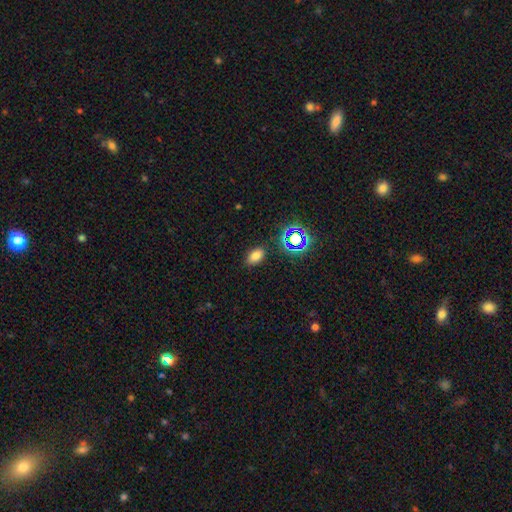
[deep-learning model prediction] Q: Smooth or featured?
A: smooth (74%); runner-up: star or artifact (19%)
Q: How rounded?
A: in between (87%); runner-up: round (11%)
Q: Merging?
A: none (85%); runner-up: minor disturbance (10%)